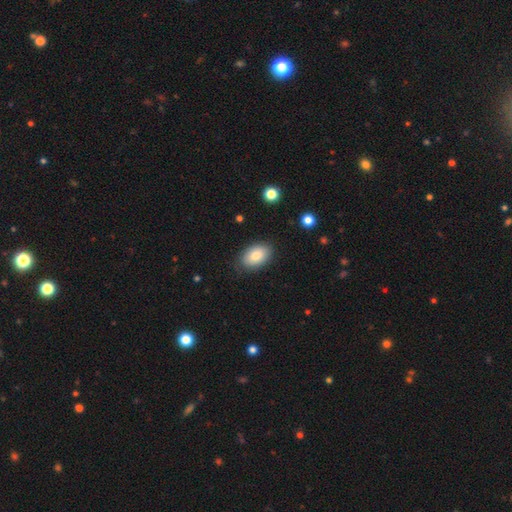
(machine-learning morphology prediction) Smooth or featured: smooth — 80% (featured or disk — 13%)
How rounded: in between — 89% (round — 9%)
Merging: none — 84% (minor disturbance — 12%)